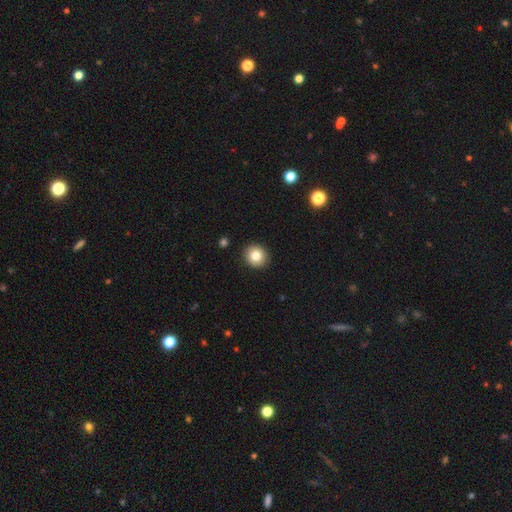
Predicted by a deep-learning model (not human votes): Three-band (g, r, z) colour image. It shows a smooth galaxy with no disk features (82%) that is round (90%). Merging: none (92%).